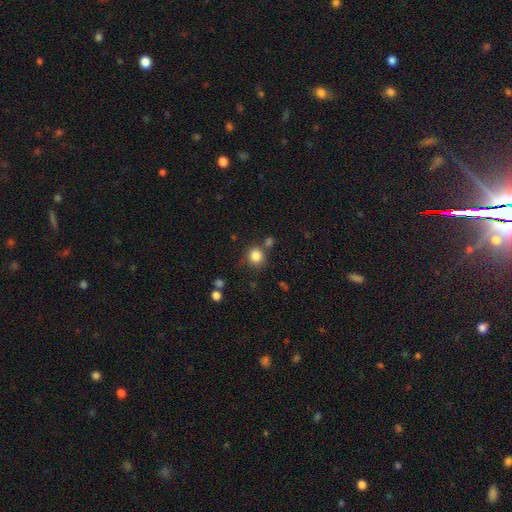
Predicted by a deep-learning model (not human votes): smooth-or-featured: smooth: 83% | star or artifact: 11% | featured or disk: 5%
  how-rounded: round: 85% | in between: 14% | cigar-shaped: 1%
  merging: none: 73% | minor disturbance: 12% | merger: 10% | major disturbance: 4%